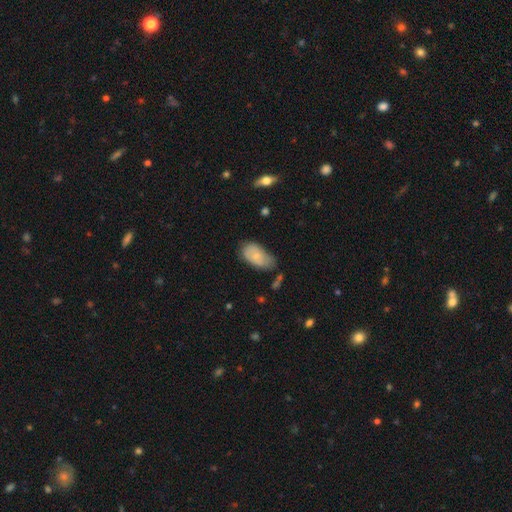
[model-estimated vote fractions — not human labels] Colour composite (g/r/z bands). It shows a smooth galaxy with no disk features (73%) that is in between round and cigar-shaped (94%). Merging: none (47%).